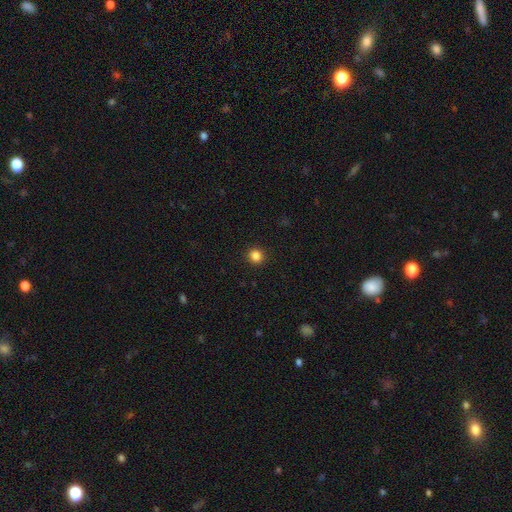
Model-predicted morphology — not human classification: Overall: smooth (85%). How rounded: round (92%). Merging: none (93%).